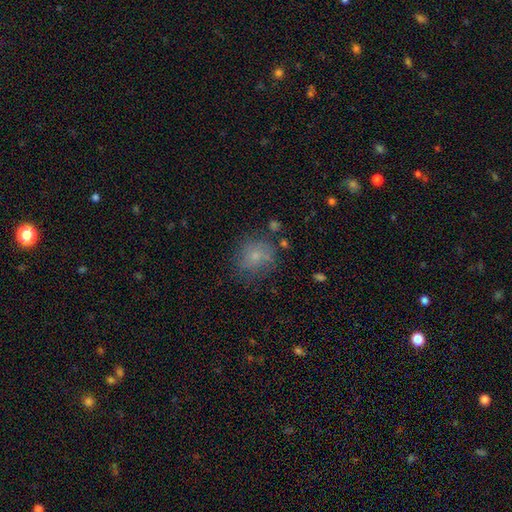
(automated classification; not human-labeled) Morphology: type=smooth (68%); roundness=round (75%); merging=none (67%).